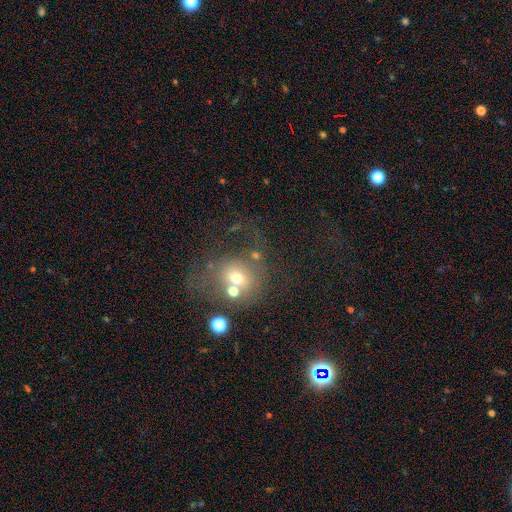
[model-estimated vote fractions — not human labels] Smooth or featured?
  - smooth: 52% *
  - featured or disk: 27%
  - star or artifact: 21%
How rounded?
  - round: 75% *
  - in between: 24%
  - cigar-shaped: 1%
Merging?
  - none: 38% *
  - merger: 24%
  - major disturbance: 23%
  - minor disturbance: 15%